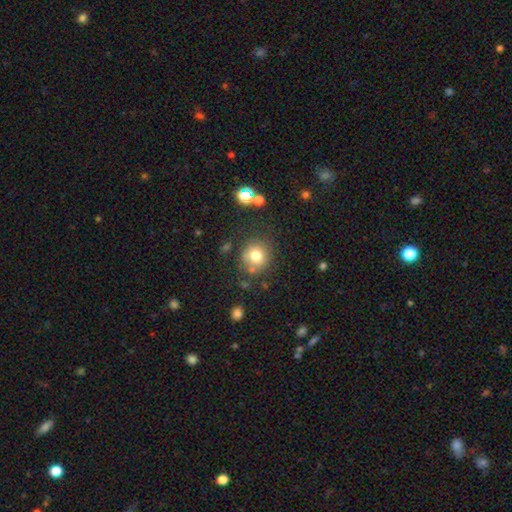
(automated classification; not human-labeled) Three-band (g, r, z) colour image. It shows a smooth galaxy with no disk features (76%) that is round (87%). Merging: none (74%).